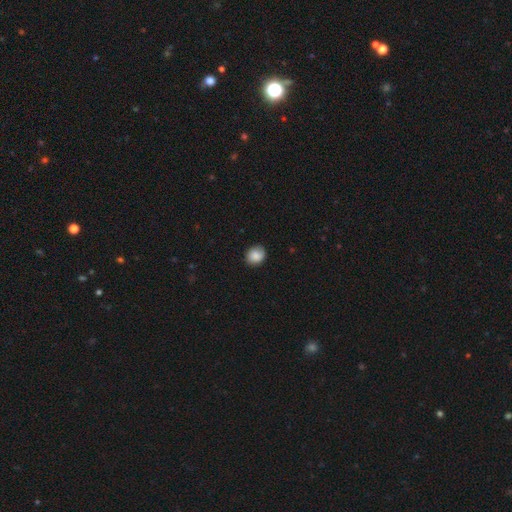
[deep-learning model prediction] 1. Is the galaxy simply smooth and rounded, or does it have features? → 86% smooth, 8% star or artifact, 6% featured or disk.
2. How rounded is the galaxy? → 73% round, 26% in between, 1% cigar-shaped.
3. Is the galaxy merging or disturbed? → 84% none, 13% minor disturbance, 3% major disturbance, 1% merger.